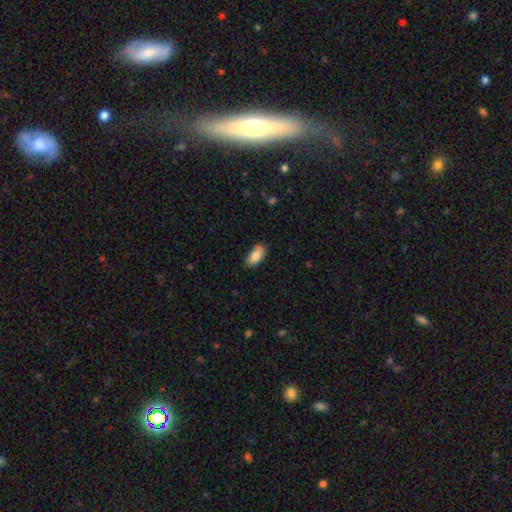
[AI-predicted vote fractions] This is clearly a smooth galaxy (84%). How rounded: clearly in between (91%). Merging: likely none (76%).